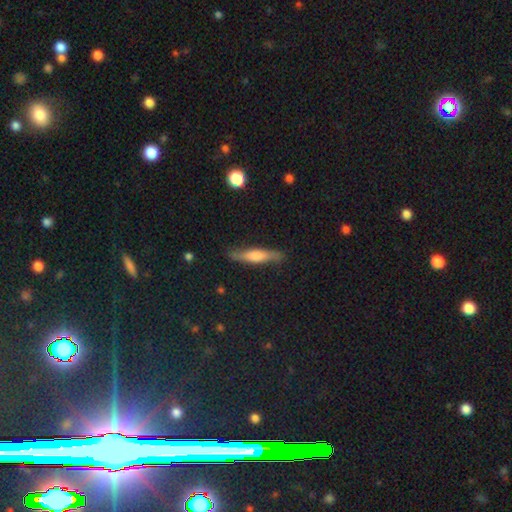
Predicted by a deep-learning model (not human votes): Smooth or featured? featured or disk (52%)
Edge-on disk? yes (90%)
Merging? none (84%)